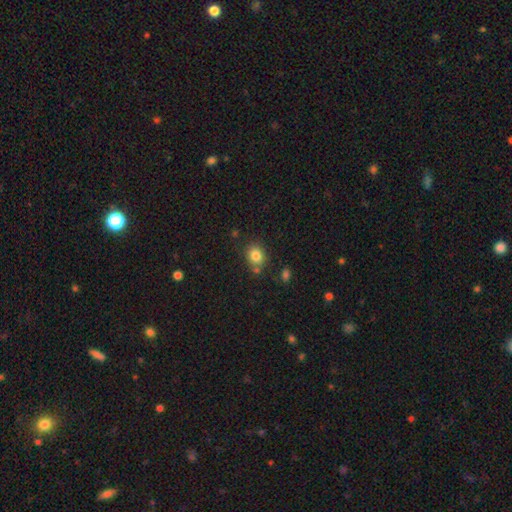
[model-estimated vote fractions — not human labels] Smooth or featured: smooth — 82% (star or artifact — 11%)
How rounded: round — 66% (in between — 33%)
Merging: none — 73% (minor disturbance — 13%)